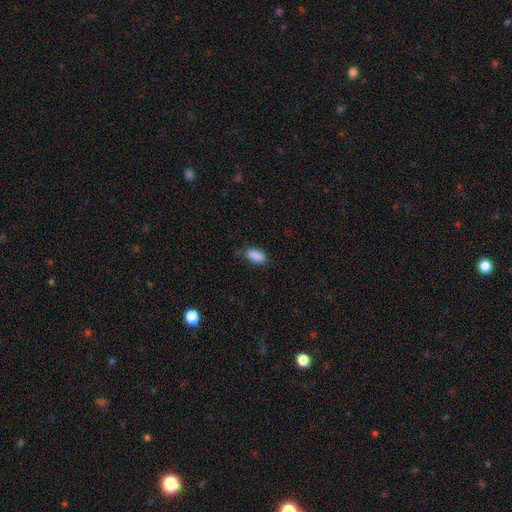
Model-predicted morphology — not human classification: Smooth or featured?
  - smooth: 88% *
  - star or artifact: 8%
  - featured or disk: 4%
How rounded?
  - in between: 92% *
  - cigar-shaped: 5%
  - round: 3%
Merging?
  - none: 72% *
  - minor disturbance: 22%
  - major disturbance: 5%
  - merger: 1%